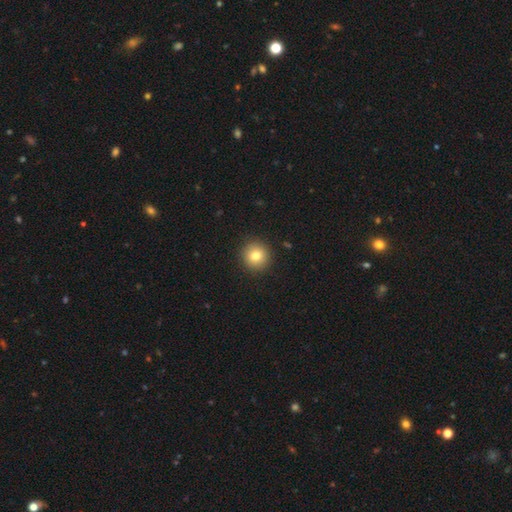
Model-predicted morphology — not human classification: Smooth or featured? smooth (80%)
How rounded? round (94%)
Merging? none (92%)